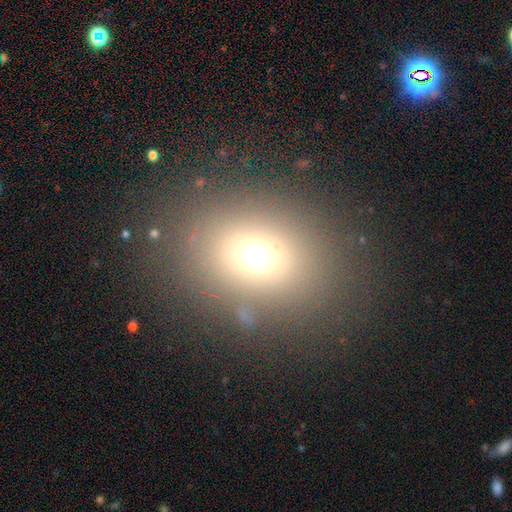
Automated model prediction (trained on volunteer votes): smooth-or-featured: smooth: 65% | star or artifact: 22% | featured or disk: 12%
  how-rounded: round: 52% | in between: 46% | cigar-shaped: 1%
  merging: none: 82% | minor disturbance: 9% | major disturbance: 6% | merger: 3%